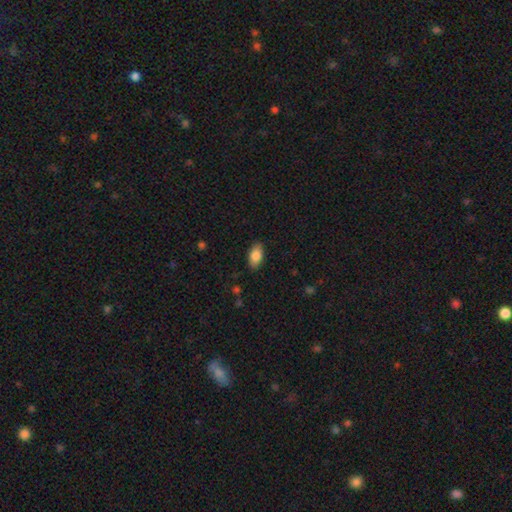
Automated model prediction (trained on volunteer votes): Smooth or featured?
  - smooth: 83% *
  - featured or disk: 10%
  - star or artifact: 7%
How rounded?
  - in between: 91% *
  - cigar-shaped: 5%
  - round: 4%
Merging?
  - none: 87% *
  - minor disturbance: 10%
  - major disturbance: 2%
  - merger: 1%